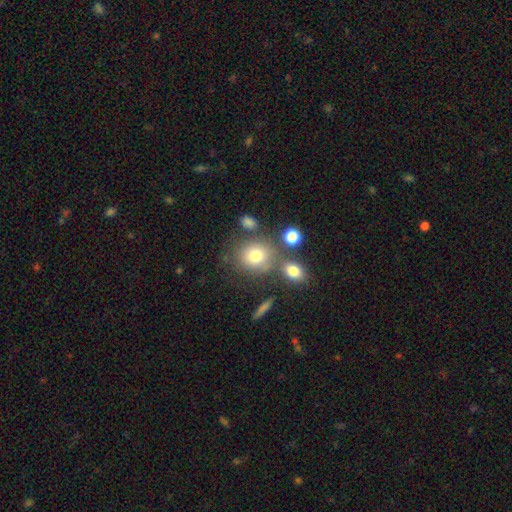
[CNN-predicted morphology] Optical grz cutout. It shows a smooth galaxy with no disk features (75%) that is round (72%). Merging: none (61%).